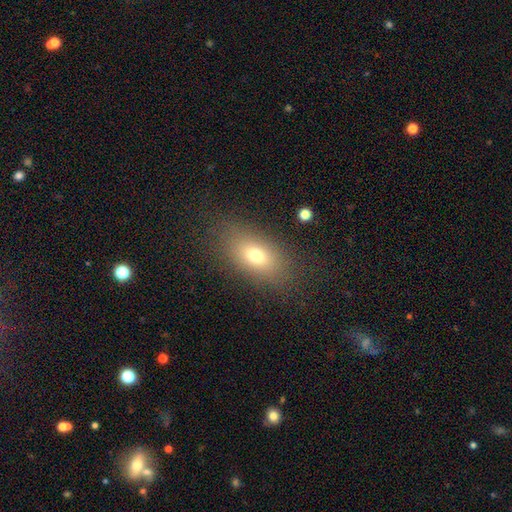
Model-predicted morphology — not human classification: A smooth galaxy with no disk features (70%) that is in between round and cigar-shaped (83%).

Vote fractions:
- Smooth or featured? smooth: 70% / featured or disk: 17% / star or artifact: 12%
- How rounded? in between: 83% / round: 11% / cigar-shaped: 6%
- Merging? none: 82% / minor disturbance: 11% / major disturbance: 6% / merger: 1%